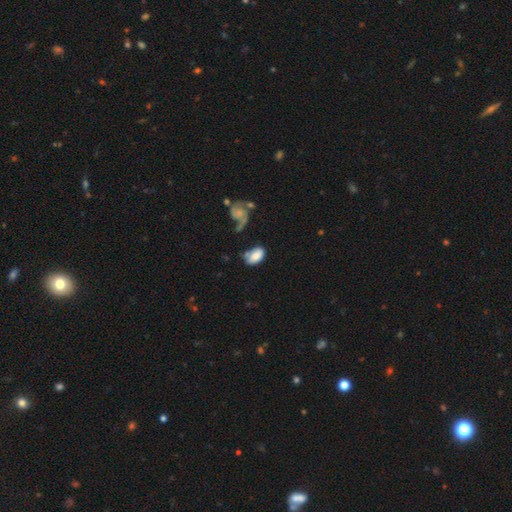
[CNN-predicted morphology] type=smooth (77%); roundness=in between (91%); merging=none (46%).